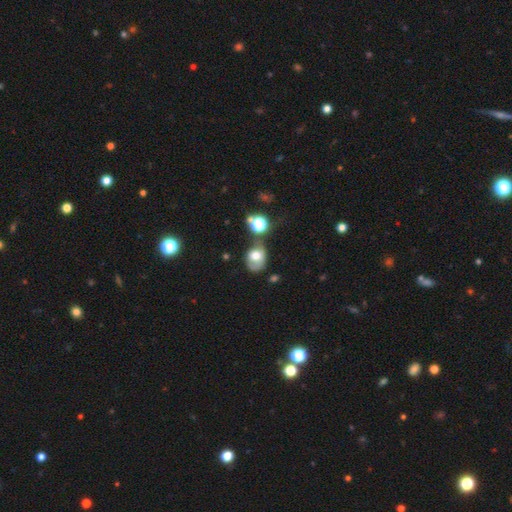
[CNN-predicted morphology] Q: Smooth or featured?
A: smooth (62%); runner-up: featured or disk (26%)
Q: How rounded?
A: in between (60%); runner-up: round (39%)
Q: Merging?
A: none (32%); runner-up: minor disturbance (27%)